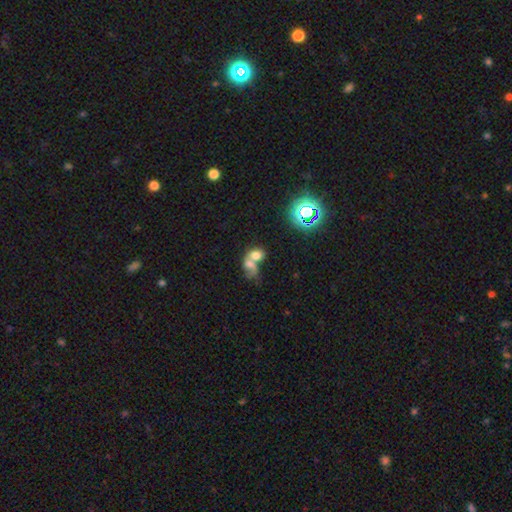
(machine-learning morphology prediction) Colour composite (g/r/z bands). It shows a smooth galaxy with no disk features (58%) that is in between round and cigar-shaped (58%). Merging: merger (74%).